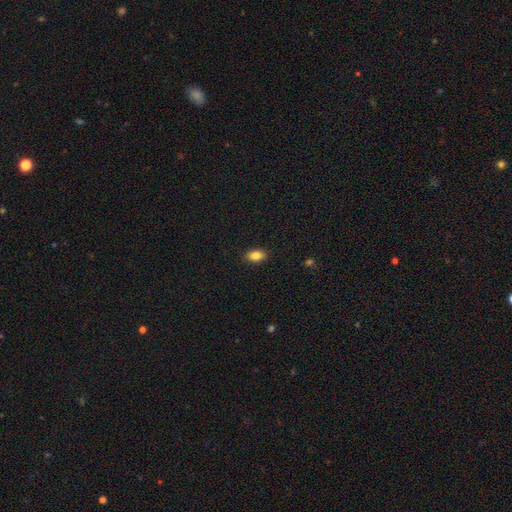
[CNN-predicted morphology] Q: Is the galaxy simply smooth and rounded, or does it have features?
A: smooth — 86%.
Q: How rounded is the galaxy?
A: in between — 89%.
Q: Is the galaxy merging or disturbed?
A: none — 89%.